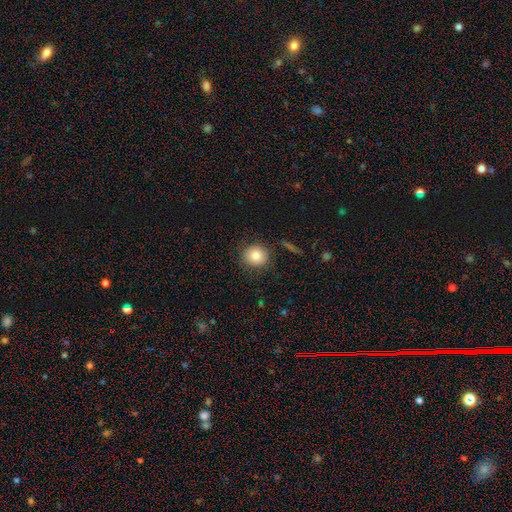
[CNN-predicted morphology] This appears to be a smooth galaxy with no disk features (85%) that is round (87%). Merging: none (84%).